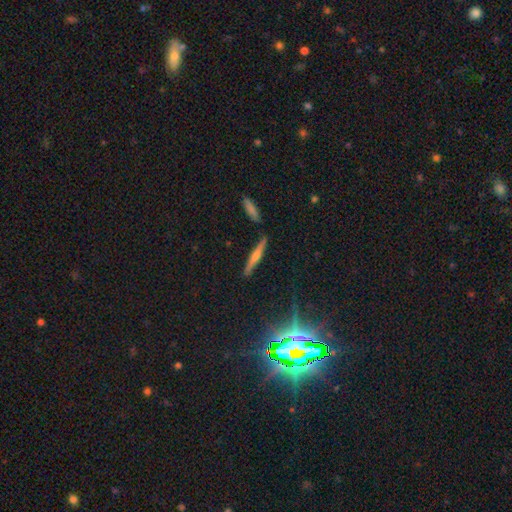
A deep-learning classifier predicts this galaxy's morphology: Overall: featured or disk (53%; smooth 35%). Edge-on disk: yes (96%). Edge-on bulge: rounded (73%). Merging: none (86%).